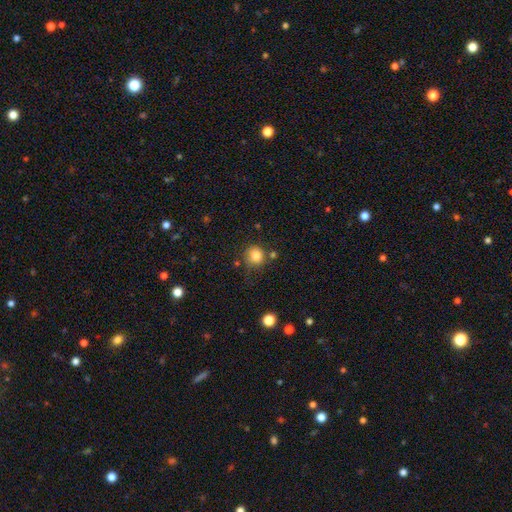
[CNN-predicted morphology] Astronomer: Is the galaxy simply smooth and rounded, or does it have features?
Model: smooth — 84%.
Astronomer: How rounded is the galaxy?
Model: round — 89%.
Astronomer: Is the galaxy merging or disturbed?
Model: none — 73%.